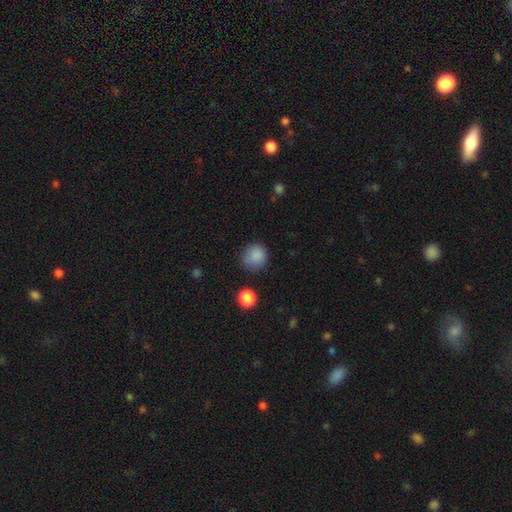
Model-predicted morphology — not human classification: Q: Smooth or featured?
A: smooth (85%); runner-up: star or artifact (10%)
Q: How rounded?
A: round (87%); runner-up: in between (12%)
Q: Merging?
A: none (72%); runner-up: minor disturbance (19%)